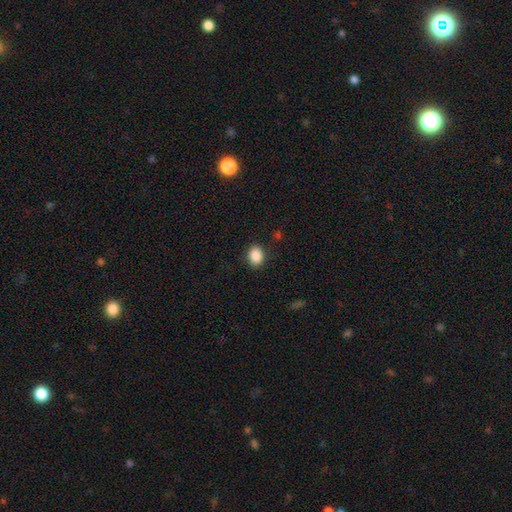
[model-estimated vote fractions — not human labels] The model was most divided on "how rounded": in between: 57%, round: 42%, cigar-shaped: 1%. More confident: smooth or featured — smooth (88%); merging — none (87%).